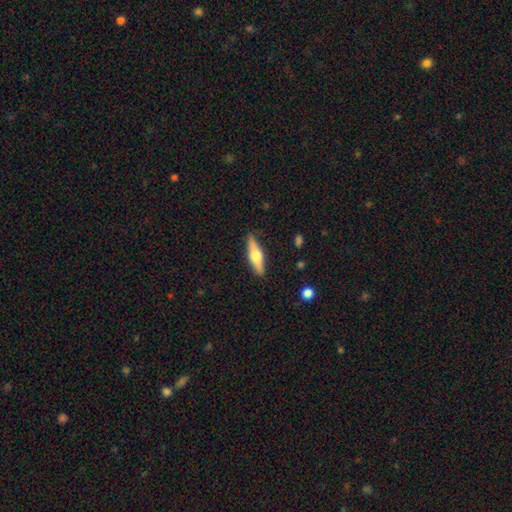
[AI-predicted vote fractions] Smooth or featured? featured or disk (50%)
Merging? none (88%)